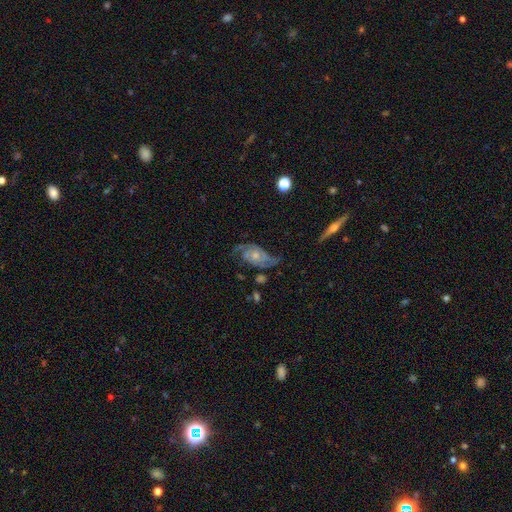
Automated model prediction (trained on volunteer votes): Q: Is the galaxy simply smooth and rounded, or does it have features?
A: featured or disk — 86%.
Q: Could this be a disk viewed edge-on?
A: no — 96%.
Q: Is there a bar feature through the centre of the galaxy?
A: no — 71%.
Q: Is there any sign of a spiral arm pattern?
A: yes — 96%.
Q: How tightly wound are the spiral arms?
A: medium — 46%.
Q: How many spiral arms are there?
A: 2 — 79%.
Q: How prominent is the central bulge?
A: moderate — 47%.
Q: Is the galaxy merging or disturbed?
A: none — 64%.